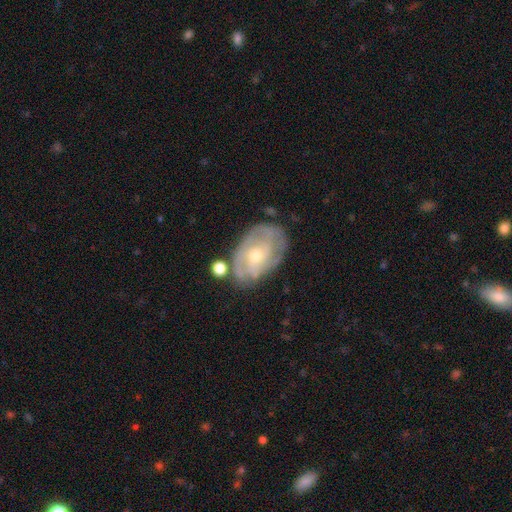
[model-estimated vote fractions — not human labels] Morphology: type=featured or disk (74%); edge-on=no (96%); bar=no (75%); spiral arms=yes (78%); winding=tight (60%); arm count=can't tell (49%); bulge=small (55%); merging=none (63%).